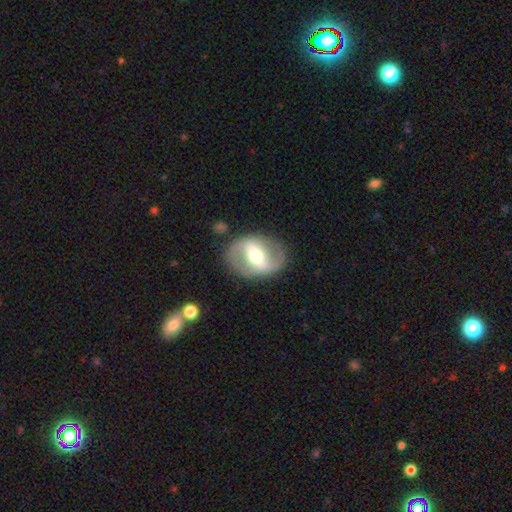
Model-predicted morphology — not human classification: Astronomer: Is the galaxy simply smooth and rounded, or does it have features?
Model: featured or disk — 76%.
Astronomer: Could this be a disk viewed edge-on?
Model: no — 93%.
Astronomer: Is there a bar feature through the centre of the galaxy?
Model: strong — 59%.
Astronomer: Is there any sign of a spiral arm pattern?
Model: yes — 63%.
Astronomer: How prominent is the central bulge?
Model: moderate — 69%.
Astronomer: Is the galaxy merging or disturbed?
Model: none — 83%.